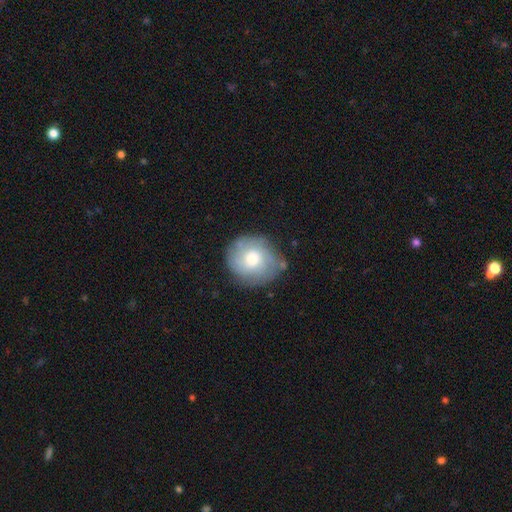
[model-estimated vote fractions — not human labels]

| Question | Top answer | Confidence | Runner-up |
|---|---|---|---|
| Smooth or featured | featured or disk | 47% | smooth (46%) |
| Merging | none | 73% | minor disturbance (19%) |